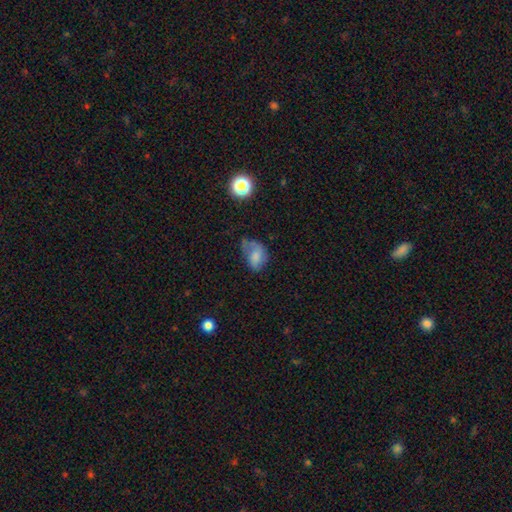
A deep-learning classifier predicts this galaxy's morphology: Smooth or featured?
  - smooth: 69% *
  - featured or disk: 20%
  - star or artifact: 11%
How rounded?
  - in between: 81% *
  - round: 17%
  - cigar-shaped: 1%
Merging?
  - minor disturbance: 35% *
  - none: 30%
  - major disturbance: 28%
  - merger: 6%